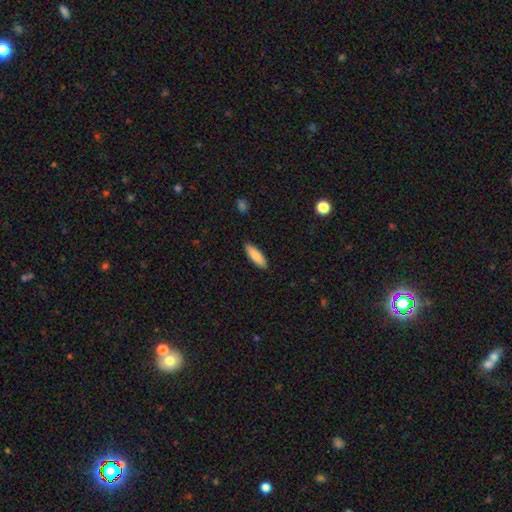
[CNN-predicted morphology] Smooth or featured? smooth (86%)
How rounded? cigar-shaped (53%)
Merging? none (89%)